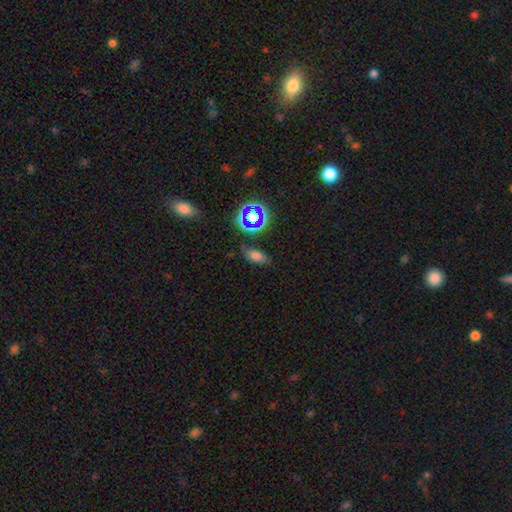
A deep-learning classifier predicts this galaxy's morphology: Smooth or featured? smooth (66%)
How rounded? in between (79%)
Merging? none (74%)